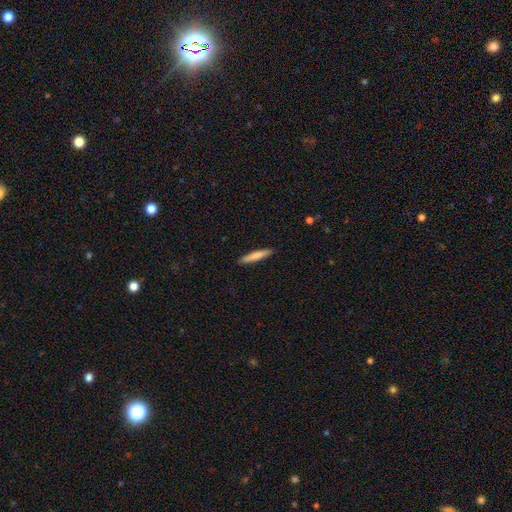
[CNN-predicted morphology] Smooth or featured? Predicted: smooth (p=0.77). How rounded? Predicted: cigar-shaped (p=0.93). Merging? Predicted: none (p=0.91).